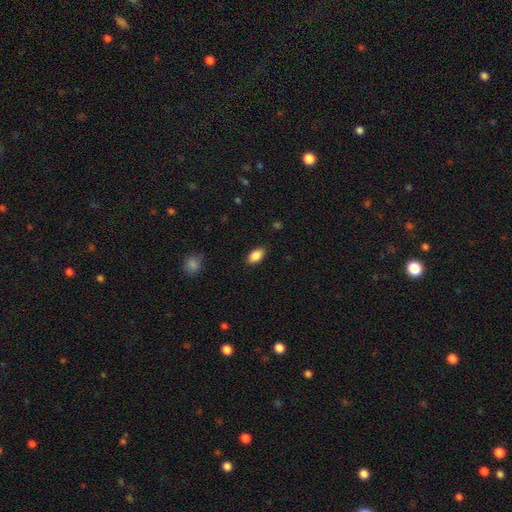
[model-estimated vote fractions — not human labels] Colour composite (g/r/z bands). It shows a smooth galaxy with no disk features (87%) that is in between round and cigar-shaped (91%). Merging: none (86%).